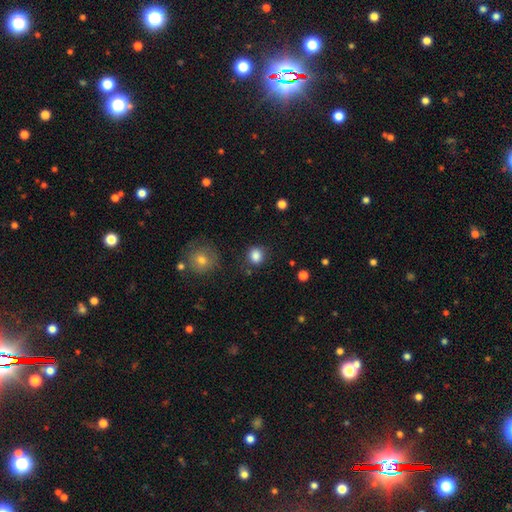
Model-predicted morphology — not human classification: The model was most divided on "how rounded": round: 80%, in between: 19%, cigar-shaped: 1%. More confident: smooth or featured — smooth (85%); merging — none (82%).